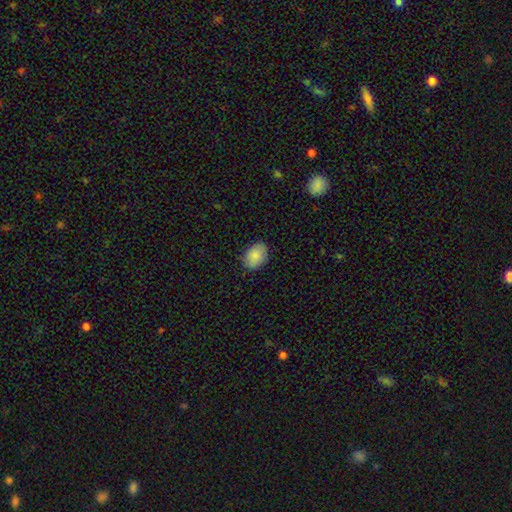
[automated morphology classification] A smooth galaxy with no disk features (86%) that is in between round and cigar-shaped (76%).

Vote fractions:
- Smooth or featured? smooth: 86% / featured or disk: 8% / star or artifact: 7%
- How rounded? in between: 76% / round: 23% / cigar-shaped: 1%
- Merging? none: 82% / minor disturbance: 14% / major disturbance: 3% / merger: 1%